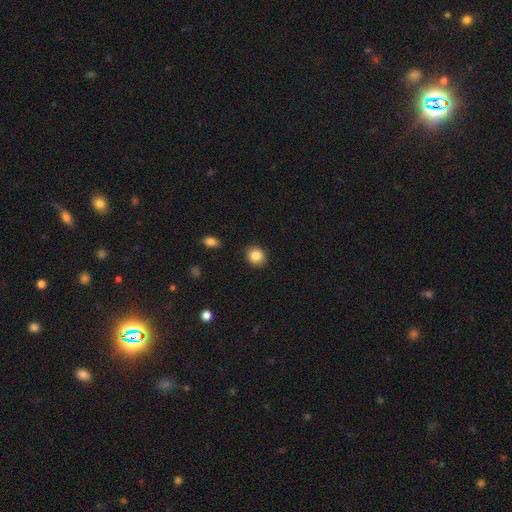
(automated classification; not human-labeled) smooth 85%, star or artifact 9%, featured or disk 5%. Down the decision tree: how rounded — round (77%); merging — none (89%).